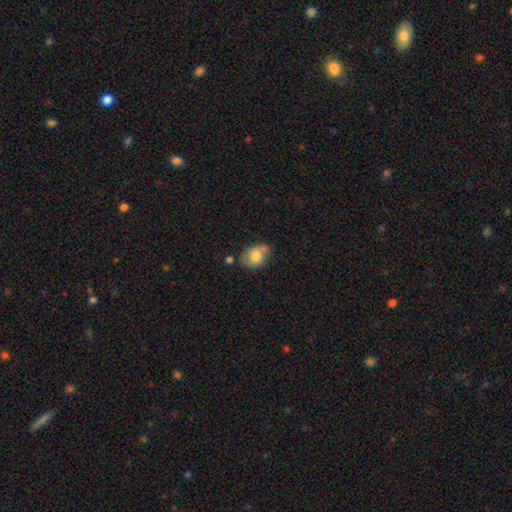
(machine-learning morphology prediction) Smooth or featured? smooth (72%)
How rounded? in between (69%)
Merging? none (57%)